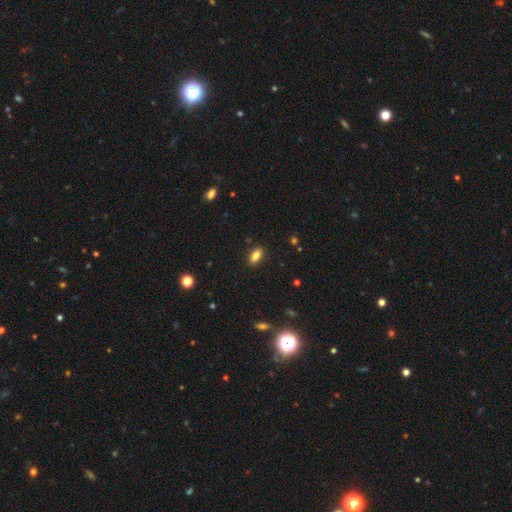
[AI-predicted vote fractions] Smooth or featured?
  - smooth: 83% *
  - star or artifact: 9%
  - featured or disk: 8%
How rounded?
  - in between: 88% *
  - cigar-shaped: 7%
  - round: 5%
Merging?
  - none: 88% *
  - minor disturbance: 9%
  - major disturbance: 2%
  - merger: 1%